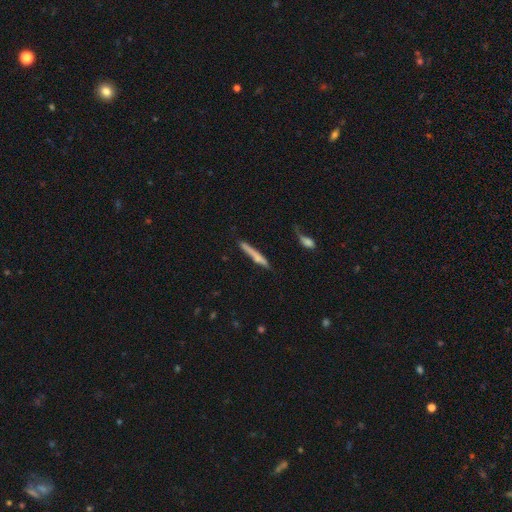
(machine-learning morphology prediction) smooth 58%, featured or disk 36%, star or artifact 6%. Down the decision tree: how rounded — cigar-shaped (94%); merging — none (66%).